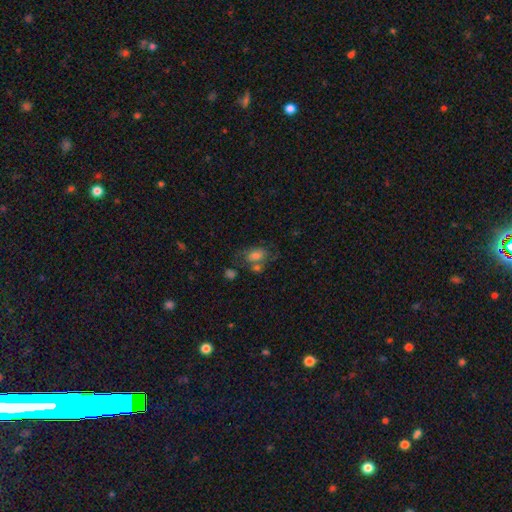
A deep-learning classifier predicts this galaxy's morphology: Smooth or featured? Predicted: smooth (p=0.67). How rounded? Predicted: in between (p=0.77). Merging? Predicted: none (p=0.38).